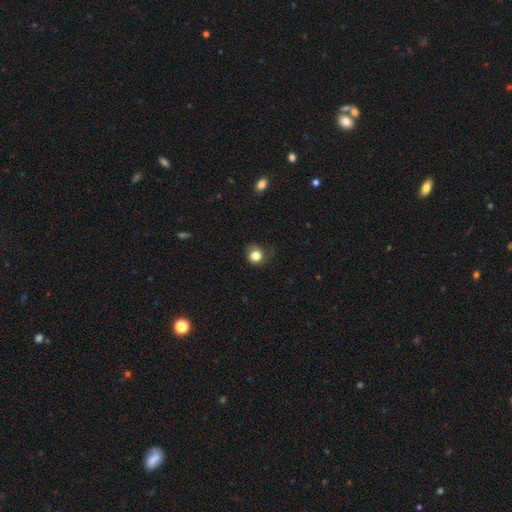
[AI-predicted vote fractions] Q: Smooth or featured?
A: smooth (81%); runner-up: star or artifact (11%)
Q: How rounded?
A: round (83%); runner-up: in between (16%)
Q: Merging?
A: none (67%); runner-up: minor disturbance (23%)